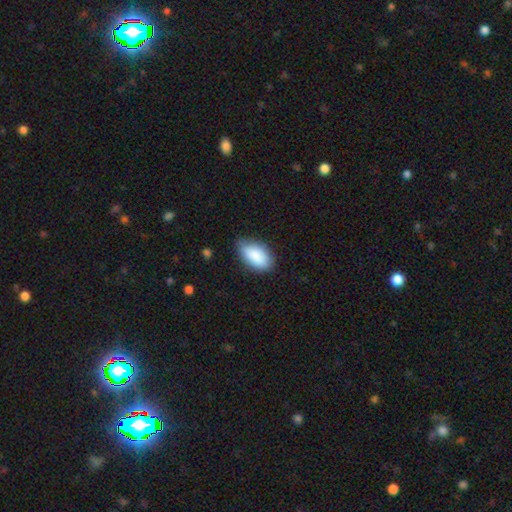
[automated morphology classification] smooth_or_featured: smooth (p=0.88) [alt: star or artifact p=0.06]
how_rounded: in between (p=0.94) [alt: round p=0.03]
merging: none (p=0.74) [alt: minor disturbance p=0.21]